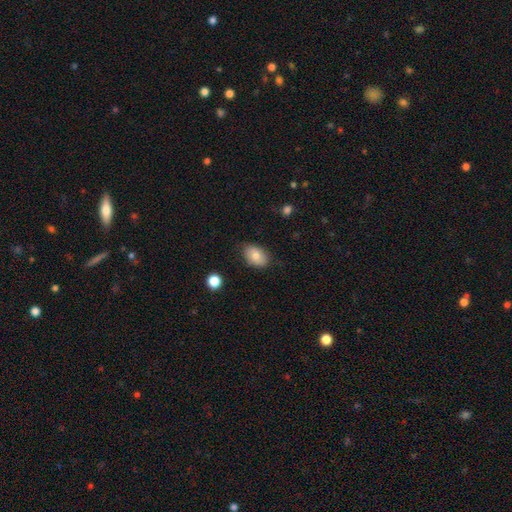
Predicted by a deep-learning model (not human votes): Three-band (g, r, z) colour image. It shows a smooth galaxy with no disk features (80%) that is in between round and cigar-shaped (83%). Merging: none (81%).